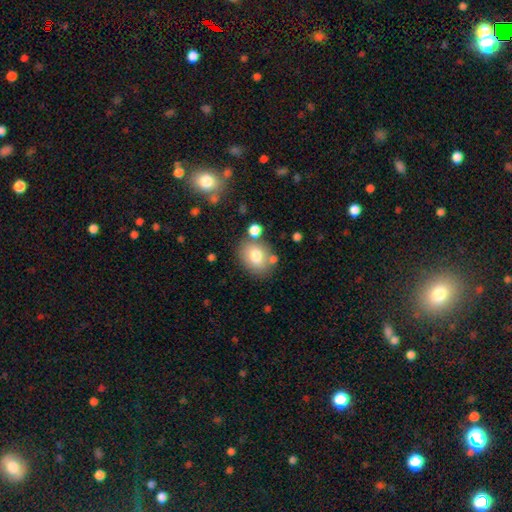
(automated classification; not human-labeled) smooth 76%, featured or disk 14%, star or artifact 10%. Down the decision tree: how rounded — in between (55%); merging — none (71%).